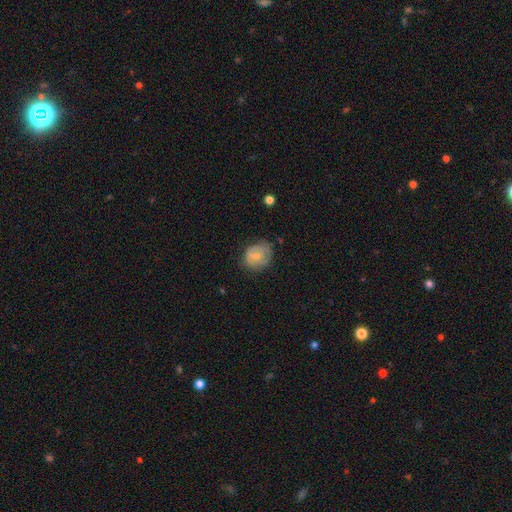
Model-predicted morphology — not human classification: Smooth or featured? Predicted: smooth (p=0.55). How rounded? Predicted: round (p=0.62). Merging? Predicted: none (p=0.58).